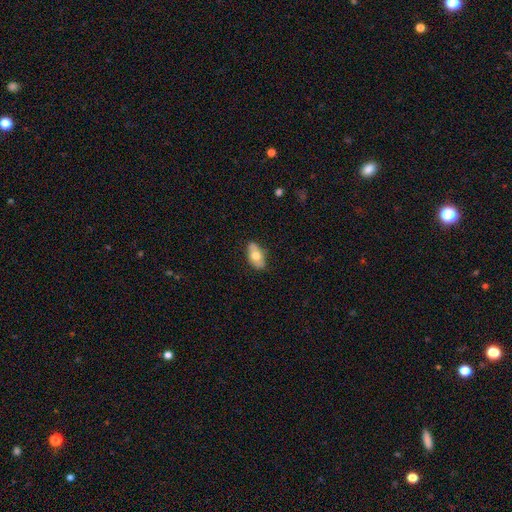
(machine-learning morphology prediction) A smooth galaxy with no disk features (66%) that is in between round and cigar-shaped (91%). Merging: none (83%).